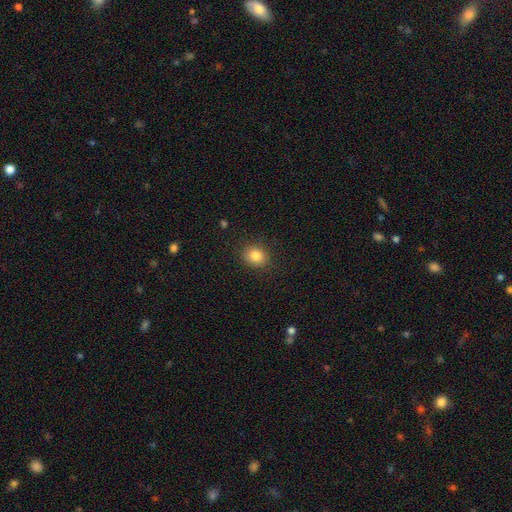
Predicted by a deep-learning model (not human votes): Smooth or featured: smooth — 83% (star or artifact — 11%)
How rounded: round — 68% (in between — 31%)
Merging: none — 87% (minor disturbance — 10%)